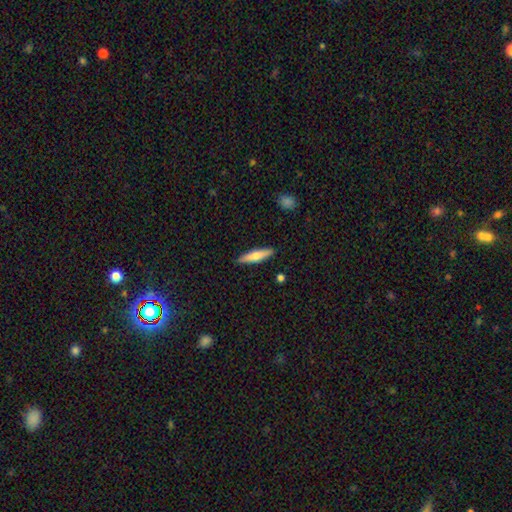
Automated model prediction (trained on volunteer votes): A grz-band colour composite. It shows a smooth galaxy with no disk features (63%) that is cigar-shaped (79%). Merging: none (89%).